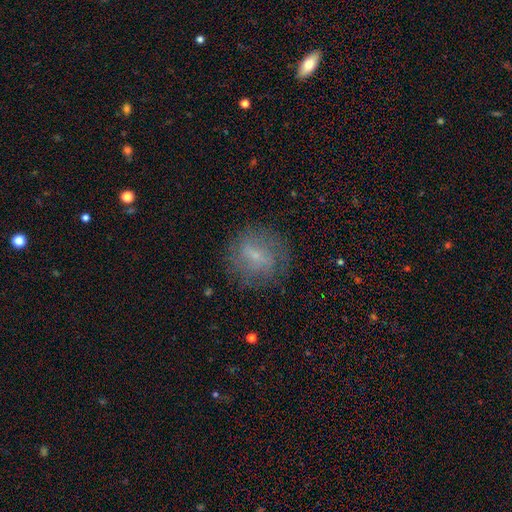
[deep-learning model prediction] Morphology: type=featured or disk (47%); merging=none (76%).